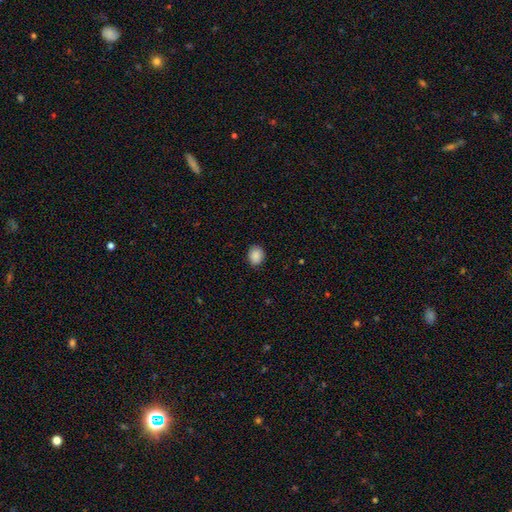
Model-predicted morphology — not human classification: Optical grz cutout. It shows a smooth galaxy with no disk features (88%) that is round (56%). Merging: none (87%).